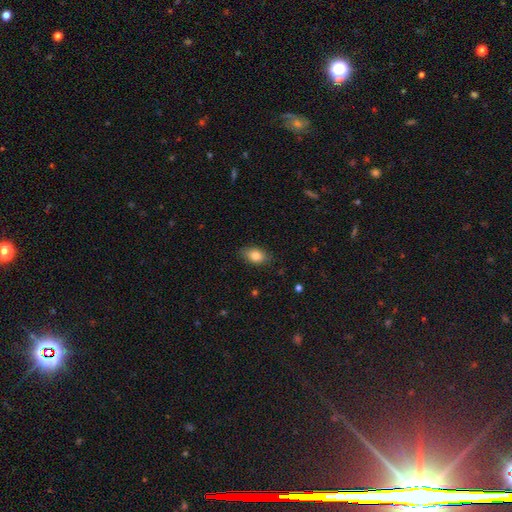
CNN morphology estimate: smooth-or-featured: smooth: 82% | featured or disk: 10% | star or artifact: 8%
  how-rounded: in between: 86% | round: 12% | cigar-shaped: 3%
  merging: none: 83% | minor disturbance: 13% | major disturbance: 3% | merger: 1%